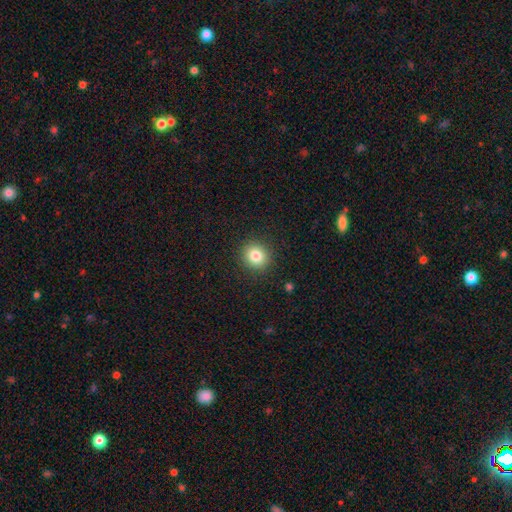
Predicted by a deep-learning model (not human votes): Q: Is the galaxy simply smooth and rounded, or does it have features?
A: smooth — 82%.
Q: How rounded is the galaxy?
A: round — 85%.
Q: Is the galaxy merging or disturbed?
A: none — 91%.